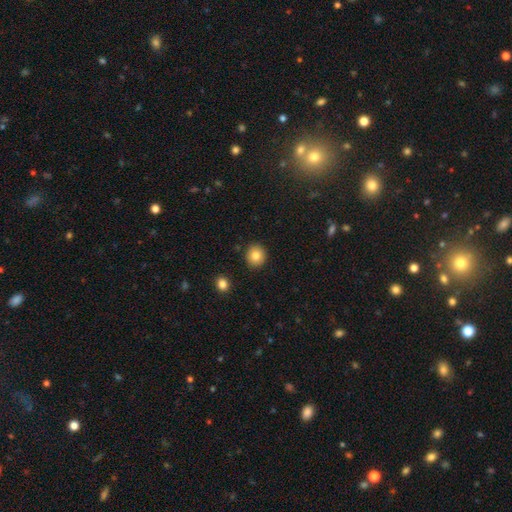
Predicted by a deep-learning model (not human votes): smooth_or_featured: smooth (p=0.83) [alt: star or artifact p=0.10]
how_rounded: round (p=0.88) [alt: in between p=0.11]
merging: none (p=0.91) [alt: minor disturbance p=0.06]